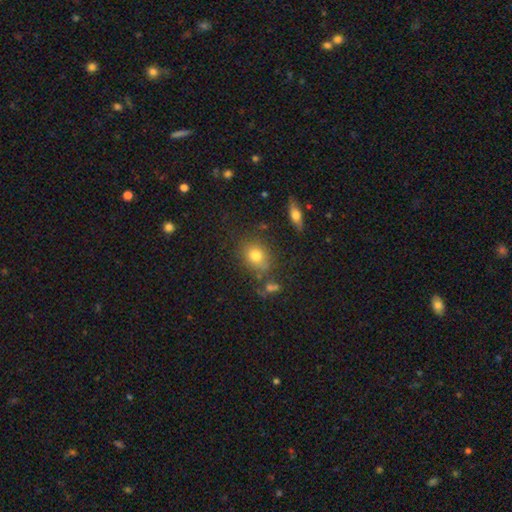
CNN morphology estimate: This appears to be a smooth galaxy with no disk features (76%) that is round (52%). Merging: none (72%).